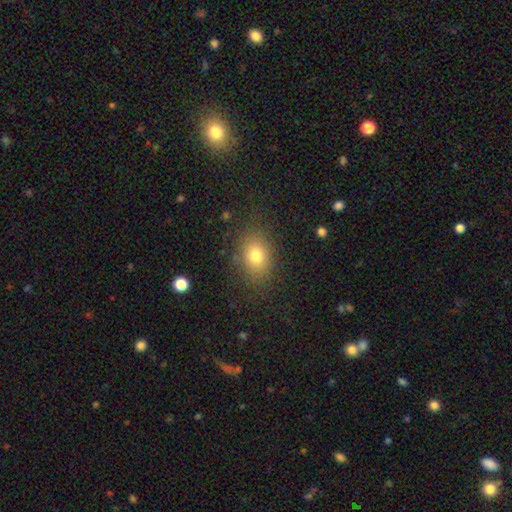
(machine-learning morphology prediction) smooth-or-featured: smooth: 77% | star or artifact: 12% | featured or disk: 11%
  how-rounded: in between: 66% | round: 33% | cigar-shaped: 1%
  merging: none: 82% | minor disturbance: 12% | major disturbance: 5% | merger: 1%